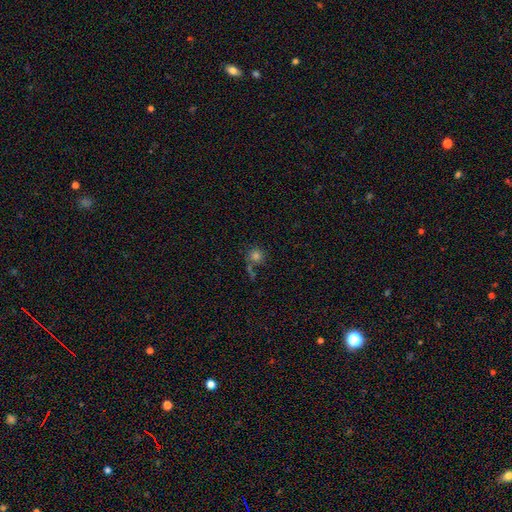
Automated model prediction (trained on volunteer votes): Overall: smooth (76%). How rounded: round (91%). Merging: none (65%).